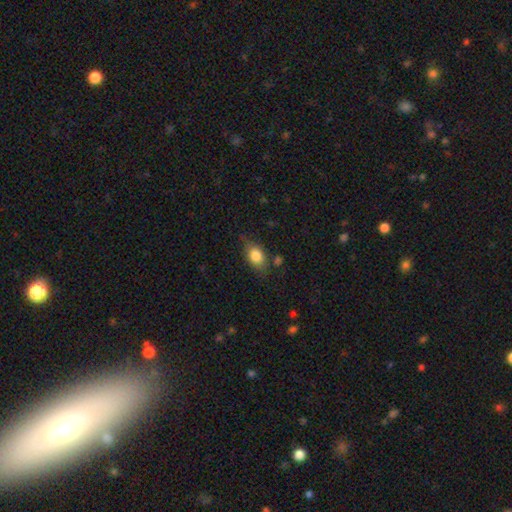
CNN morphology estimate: Smooth or featured: smooth — 82% (featured or disk — 10%)
How rounded: in between — 76% (round — 21%)
Merging: none — 68% (minor disturbance — 23%)